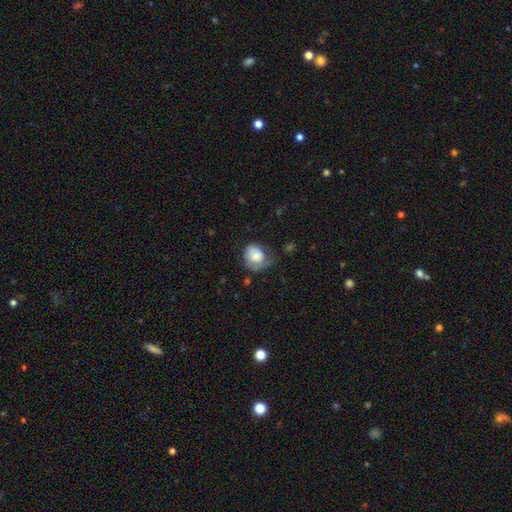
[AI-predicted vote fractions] Smooth or featured: smooth — 65% (featured or disk — 28%)
How rounded: round — 62% (in between — 37%)
Merging: none — 39% (minor disturbance — 33%)